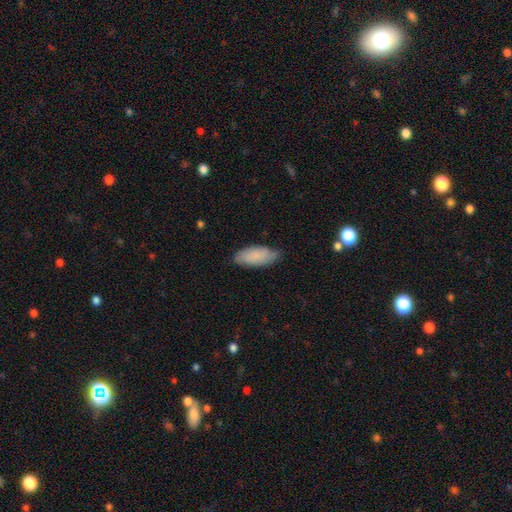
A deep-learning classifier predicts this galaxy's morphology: Smooth or featured? smooth (81%)
How rounded? in between (79%)
Merging? none (76%)